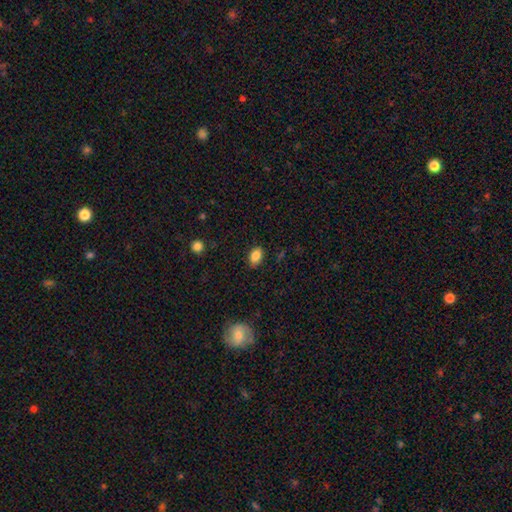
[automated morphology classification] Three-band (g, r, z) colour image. It shows a smooth galaxy with no disk features (85%) that is in between round and cigar-shaped (86%). Merging: none (85%).